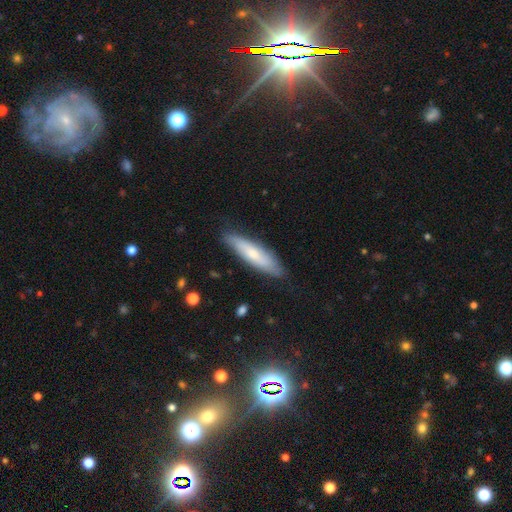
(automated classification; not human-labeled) Overall: smooth (51%; featured or disk 39%). How rounded: cigar-shaped (75%). Merging: none (83%).